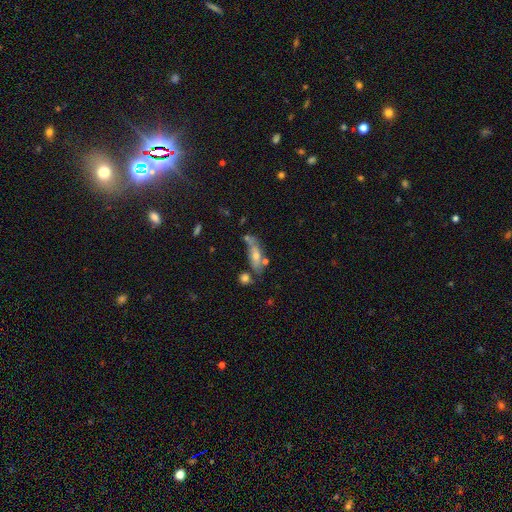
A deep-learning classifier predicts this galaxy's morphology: A smooth galaxy with no disk features (48%).

Vote fractions:
- Smooth or featured? smooth: 48% / featured or disk: 39% / star or artifact: 13%
- Merging? none: 47% / minor disturbance: 21% / merger: 20% / major disturbance: 11%